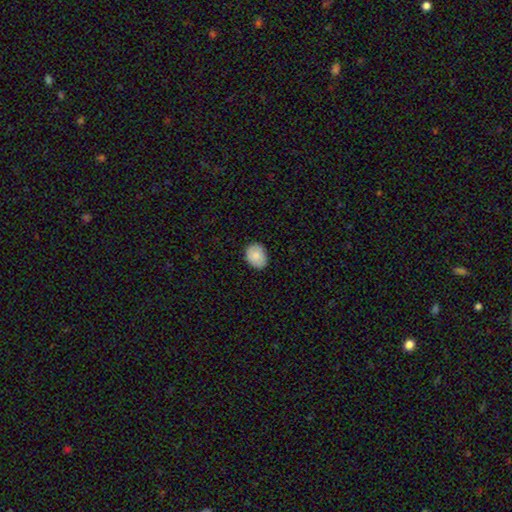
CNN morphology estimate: Smooth or featured?
  - smooth: 86% *
  - featured or disk: 7%
  - star or artifact: 7%
How rounded?
  - in between: 60% *
  - round: 39%
  - cigar-shaped: 1%
Merging?
  - none: 85% *
  - minor disturbance: 12%
  - major disturbance: 2%
  - merger: 1%